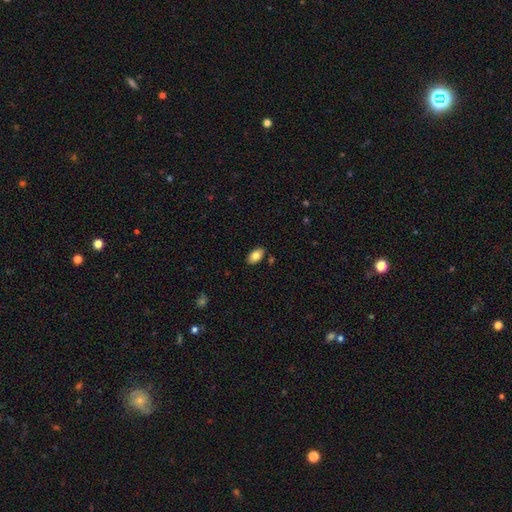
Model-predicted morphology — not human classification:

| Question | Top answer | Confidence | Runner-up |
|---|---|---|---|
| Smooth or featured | smooth | 79% | featured or disk (14%) |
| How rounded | in between | 93% | round (5%) |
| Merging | none | 85% | minor disturbance (10%) |